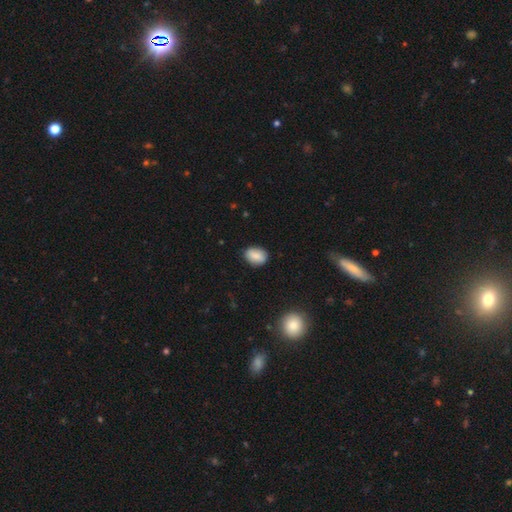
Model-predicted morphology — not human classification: Overall: smooth (86%). How rounded: in between (76%). Merging: none (83%).